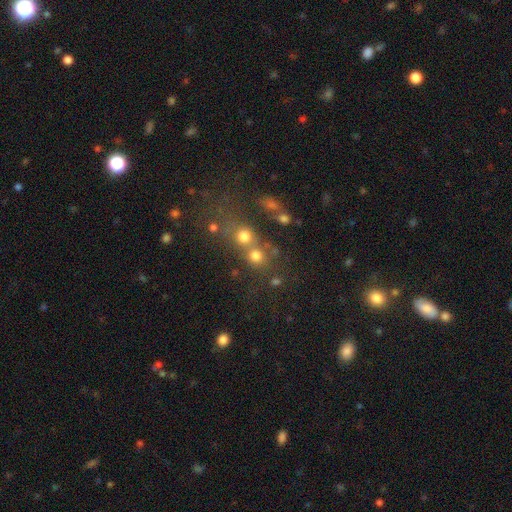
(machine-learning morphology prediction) A smooth galaxy with no disk features (71%) that is round (85%).

Vote fractions:
- Smooth or featured? smooth: 71% / star or artifact: 18% / featured or disk: 11%
- How rounded? round: 85% / in between: 13% / cigar-shaped: 2%
- Merging? none: 46% / merger: 41% / minor disturbance: 7% / major disturbance: 6%